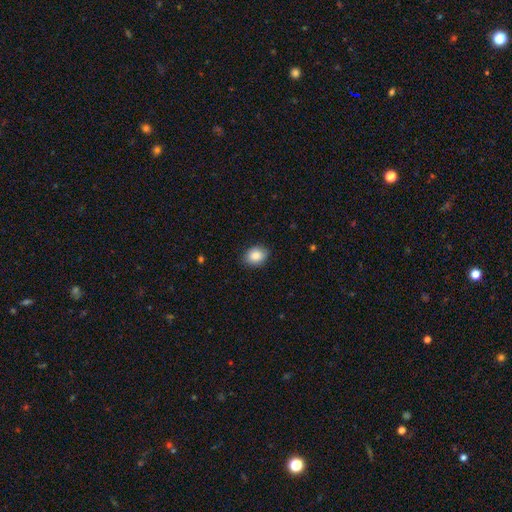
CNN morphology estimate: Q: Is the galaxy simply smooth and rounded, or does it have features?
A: smooth — 86%.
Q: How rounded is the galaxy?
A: in between — 57%.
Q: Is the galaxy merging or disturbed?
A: none — 86%.